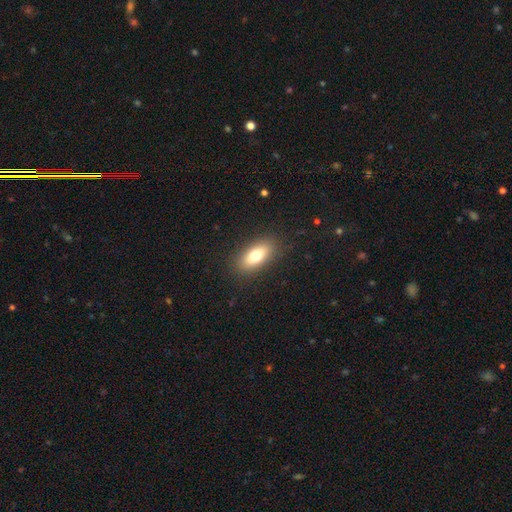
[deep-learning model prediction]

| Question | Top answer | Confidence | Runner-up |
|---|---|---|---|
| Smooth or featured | smooth | 75% | featured or disk (17%) |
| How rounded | in between | 81% | cigar-shaped (14%) |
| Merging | none | 87% | minor disturbance (9%) |